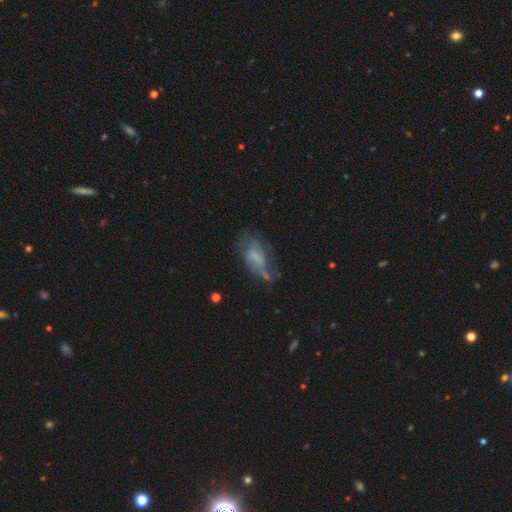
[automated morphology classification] featured or disk 47%, smooth 40%, star or artifact 13%. Down the decision tree: merging — none (40%).